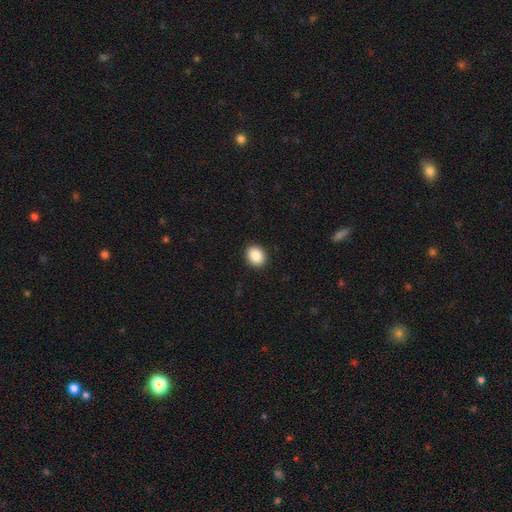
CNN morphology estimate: Q: Smooth or featured?
A: smooth (88%); runner-up: star or artifact (8%)
Q: How rounded?
A: round (53%); runner-up: in between (46%)
Q: Merging?
A: none (91%); runner-up: minor disturbance (6%)